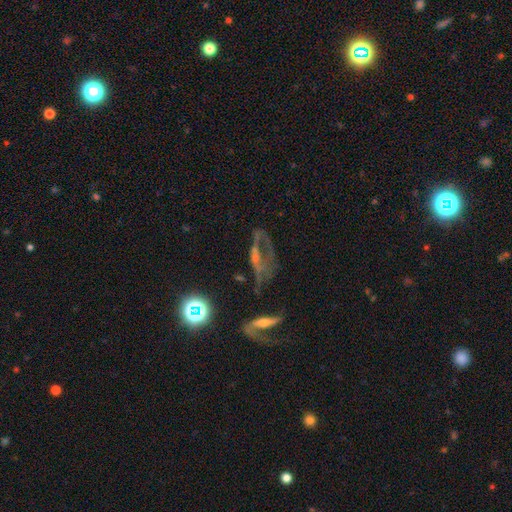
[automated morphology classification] This appears to be a featured or disk galaxy (55%). Merging: major disturbance (37%).